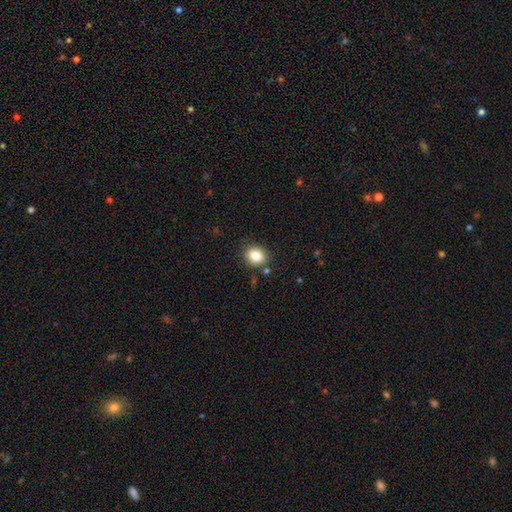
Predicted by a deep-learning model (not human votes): A smooth galaxy with no disk features (83%) that is round (66%). Merging: none (83%).